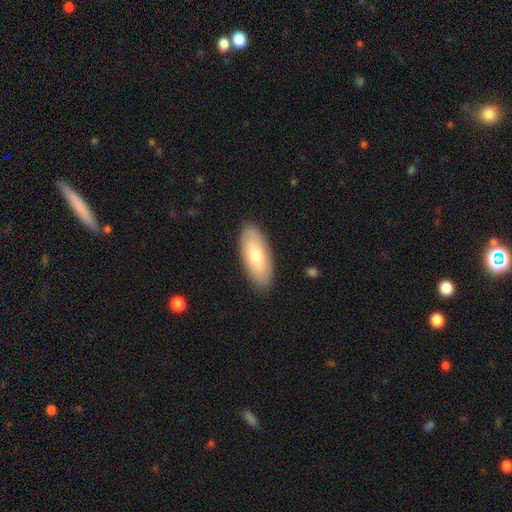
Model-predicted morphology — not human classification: Smooth or featured? smooth (68%)
How rounded? in between (85%)
Merging? none (88%)